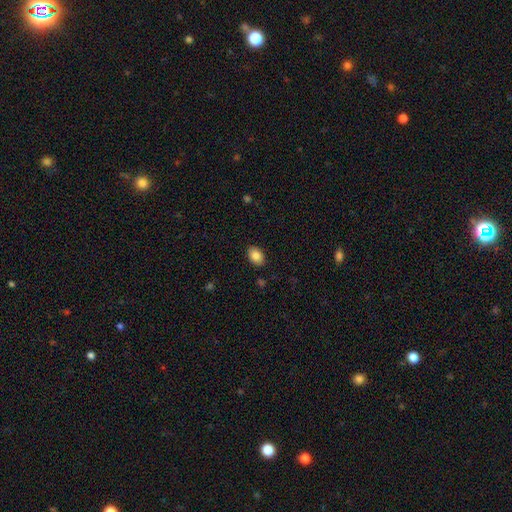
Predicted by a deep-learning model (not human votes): This appears to be a smooth galaxy with no disk features (86%) that is in between round and cigar-shaped (84%). Merging: none (87%).